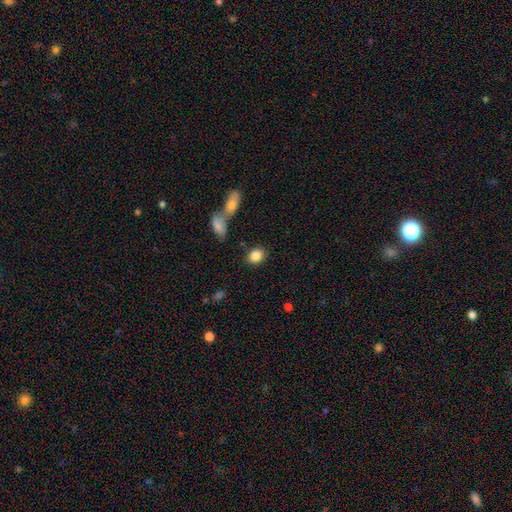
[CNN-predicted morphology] Q: Smooth or featured?
A: smooth (85%); runner-up: star or artifact (8%)
Q: How rounded?
A: round (50%); runner-up: in between (49%)
Q: Merging?
A: none (82%); runner-up: minor disturbance (9%)